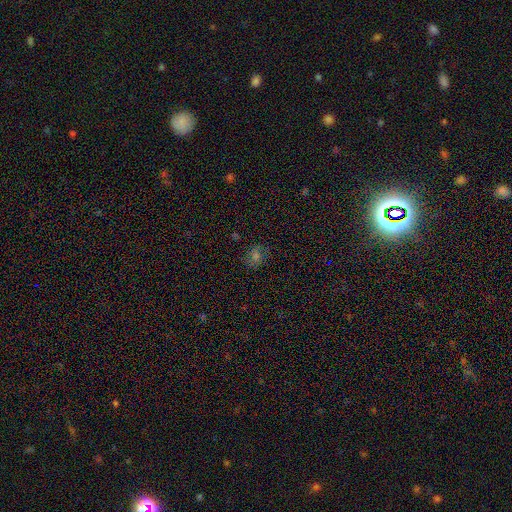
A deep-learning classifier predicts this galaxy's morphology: This appears to be a smooth galaxy with no disk features (45%). Merging: none (77%).